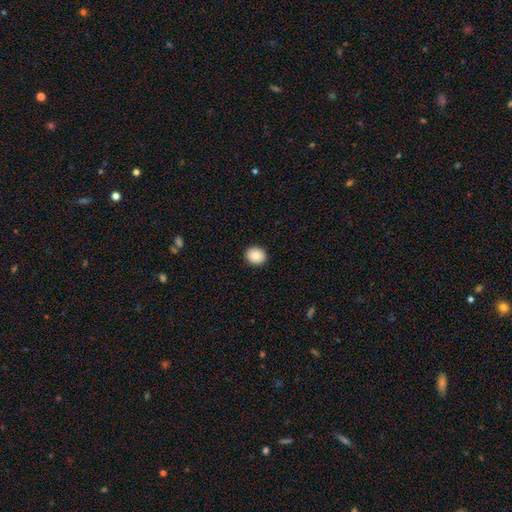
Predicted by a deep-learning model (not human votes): Q: Smooth or featured?
A: smooth (87%); runner-up: star or artifact (8%)
Q: How rounded?
A: round (74%); runner-up: in between (25%)
Q: Merging?
A: none (92%); runner-up: minor disturbance (5%)